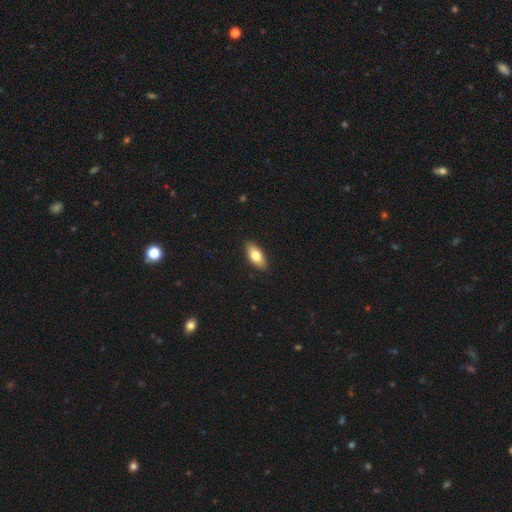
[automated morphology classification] smooth_or_featured: smooth (p=0.75) [alt: featured or disk p=0.18]
how_rounded: in between (p=0.85) [alt: cigar-shaped p=0.12]
merging: none (p=0.90) [alt: minor disturbance p=0.08]